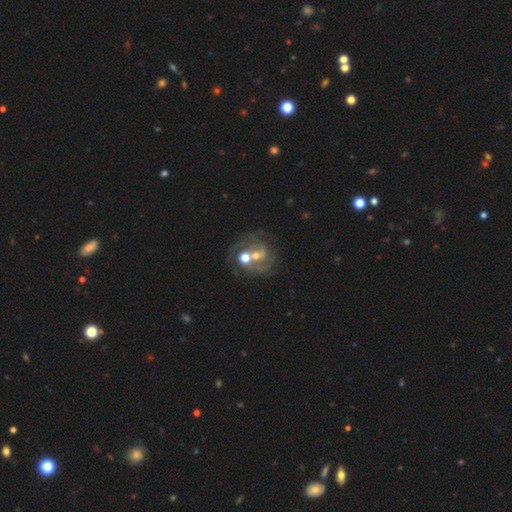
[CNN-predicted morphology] smooth-or-featured: featured or disk: 75% | smooth: 16% | star or artifact: 9%
  disk-edge-on: no: 98% | yes: 2%
    bar: no: 54% | weak: 35% | strong: 11%
    has-spiral-arms: yes: 87% | no: 13%
      spiral-winding: medium: 44% | tight: 40% | loose: 16%
      spiral-arm-count: 2: 56% | can't tell: 17% | 3: 11% | 1: 9% | 4: 3% | more than 4: 3%
    bulge-size: moderate: 56% | small: 32% | large: 6% | none: 4% | dominant: 2%
  merging: merger: 41% | none: 37% | minor disturbance: 12% | major disturbance: 10%